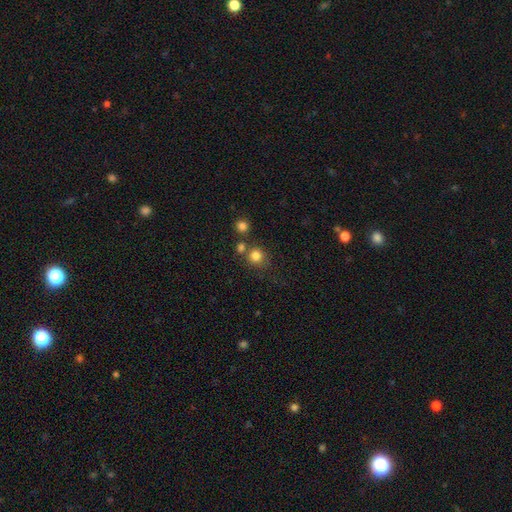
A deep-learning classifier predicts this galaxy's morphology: Smooth or featured? Predicted: smooth (p=0.80). How rounded? Predicted: round (p=0.90). Merging? Predicted: none (p=0.67).